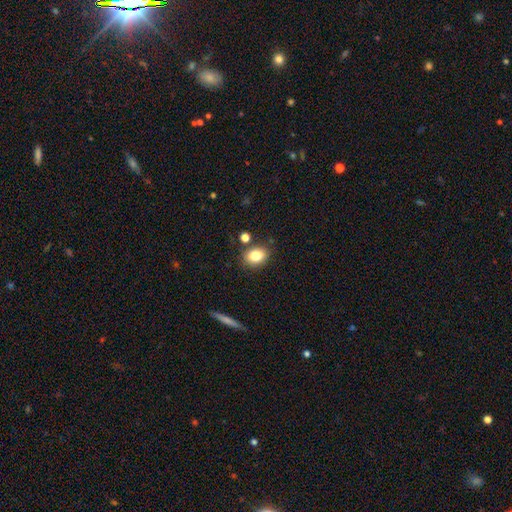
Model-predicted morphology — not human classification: Smooth or featured? smooth (81%)
How rounded? in between (63%)
Merging? none (78%)